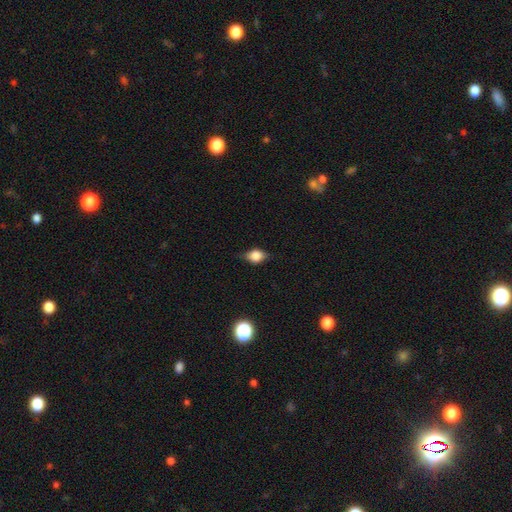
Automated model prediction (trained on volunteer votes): This is likely a smooth galaxy (65%). How rounded: possibly in between (60%). Merging: likely none (70%).